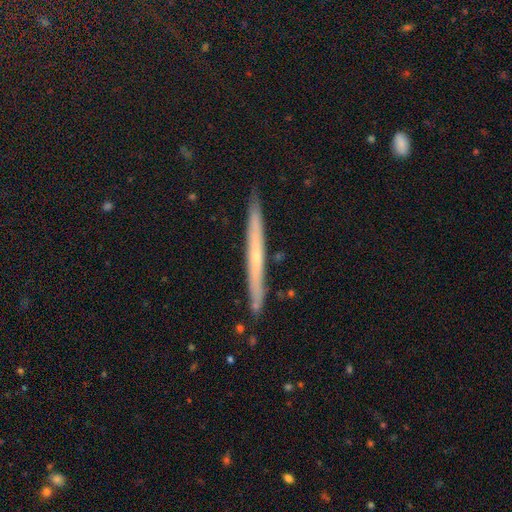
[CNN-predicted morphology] This is possibly a featured or disk galaxy (57%). It is clearly viewed edge-on (95%). Edge-on bulge: likely none (67%). Merging: clearly none (89%).